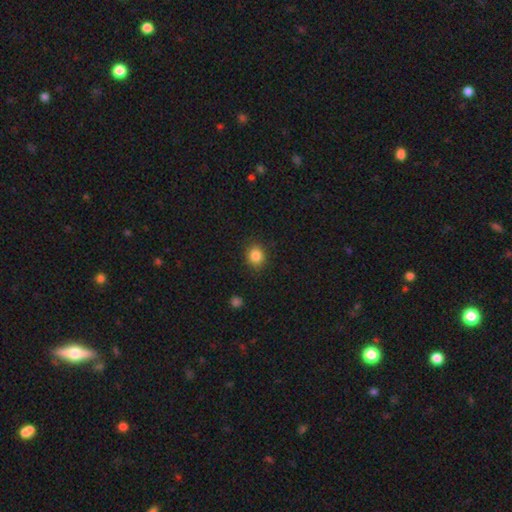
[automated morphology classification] Smooth or featured? Predicted: smooth (p=0.86). How rounded? Predicted: round (p=0.76). Merging? Predicted: none (p=0.88).